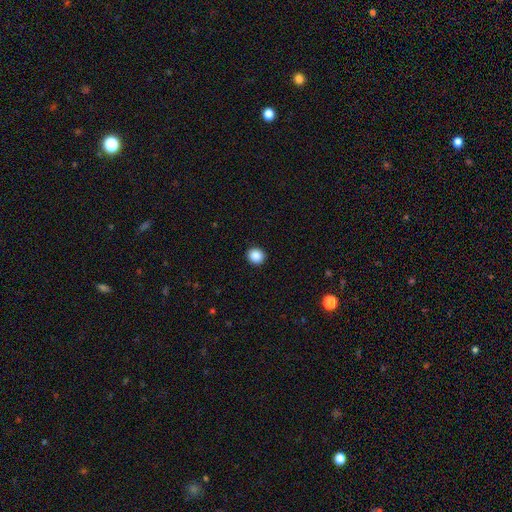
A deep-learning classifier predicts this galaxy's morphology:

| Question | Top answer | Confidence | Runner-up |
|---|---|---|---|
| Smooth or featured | smooth | 88% | star or artifact (9%) |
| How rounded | round | 85% | in between (14%) |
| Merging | none | 93% | minor disturbance (5%) |